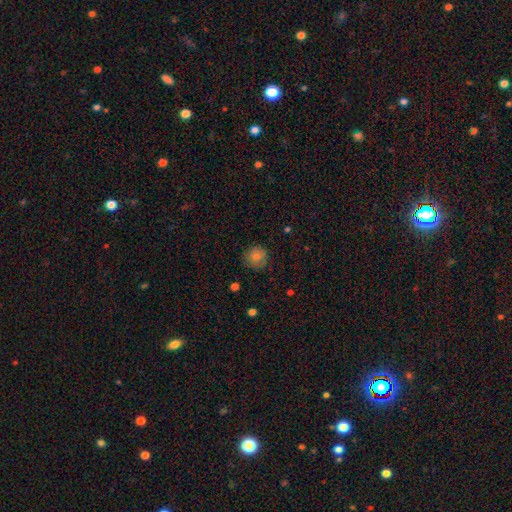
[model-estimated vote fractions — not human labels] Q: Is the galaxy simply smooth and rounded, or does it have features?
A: smooth — 78%.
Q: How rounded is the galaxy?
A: round — 94%.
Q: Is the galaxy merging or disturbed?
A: none — 86%.